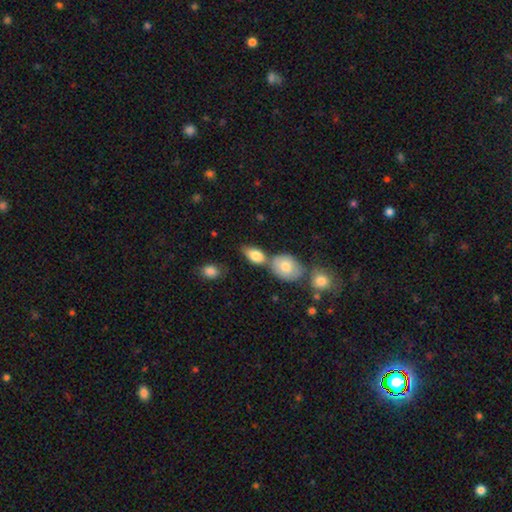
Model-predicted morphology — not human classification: smooth_or_featured: smooth (p=0.80) [alt: featured or disk p=0.13]
how_rounded: in between (p=0.88) [alt: round p=0.08]
merging: none (p=0.49) [alt: merger p=0.30]